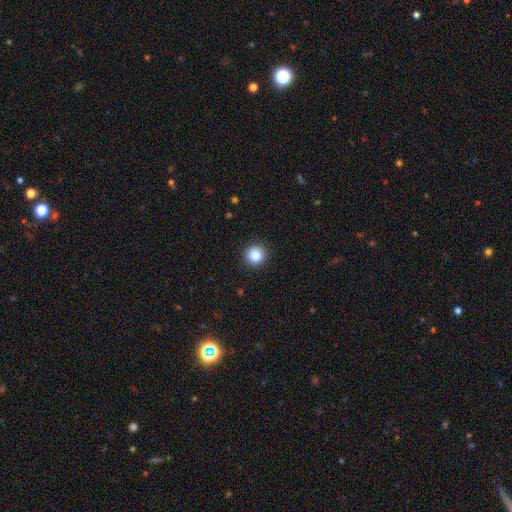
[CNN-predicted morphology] Overall: smooth (86%). How rounded: round (95%). Merging: none (93%).